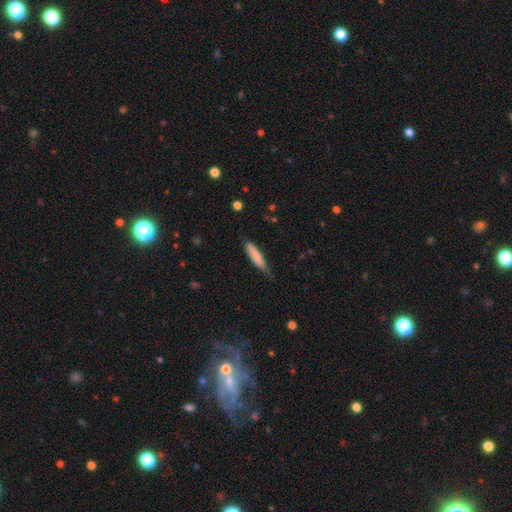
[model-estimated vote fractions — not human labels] The model was most divided on "merging": none: 59%, minor disturbance: 33%, major disturbance: 6%, merger: 2%. More confident: smooth or featured — smooth (80%); how rounded — cigar-shaped (79%).